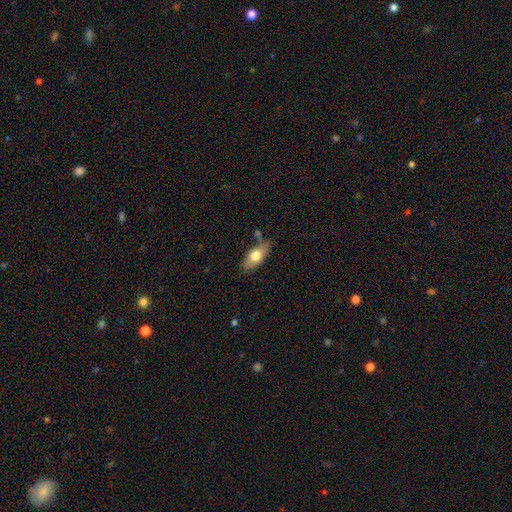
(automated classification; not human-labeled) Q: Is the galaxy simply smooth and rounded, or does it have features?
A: smooth — 69%.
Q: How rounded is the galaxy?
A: in between — 83%.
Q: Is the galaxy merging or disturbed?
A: none — 67%.